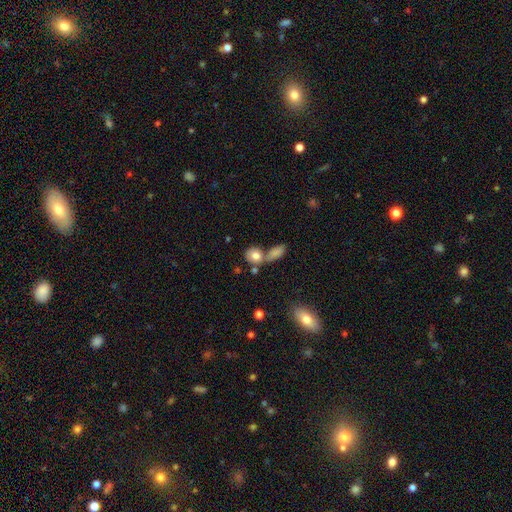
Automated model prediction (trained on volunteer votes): Smooth or featured? smooth (78%)
How rounded? round (58%)
Merging? none (43%)